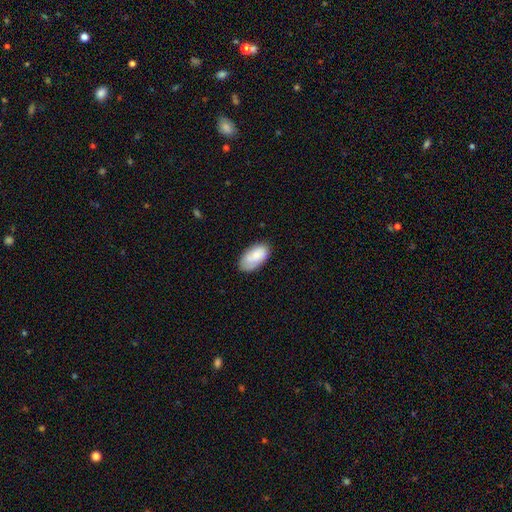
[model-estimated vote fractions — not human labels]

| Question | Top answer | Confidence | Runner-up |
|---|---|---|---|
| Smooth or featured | smooth | 74% | featured or disk (19%) |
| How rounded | in between | 95% | round (3%) |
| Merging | none | 72% | minor disturbance (20%) |